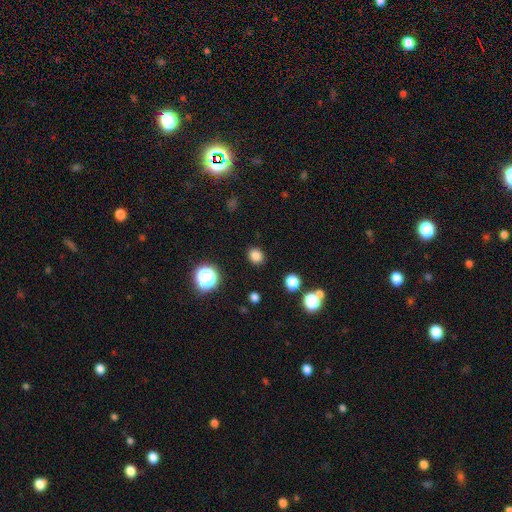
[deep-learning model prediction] This is clearly a smooth galaxy (82%). How rounded: likely round (72%). Merging: clearly none (89%).